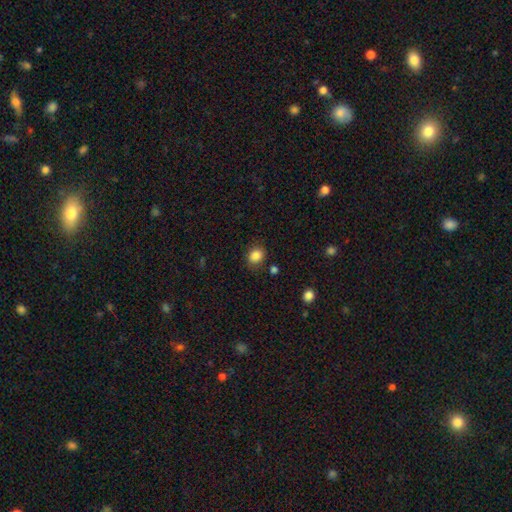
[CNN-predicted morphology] smooth-or-featured: smooth: 85% | star or artifact: 10% | featured or disk: 4%
  how-rounded: round: 62% | in between: 37% | cigar-shaped: 1%
  merging: none: 81% | minor disturbance: 13% | major disturbance: 4% | merger: 3%